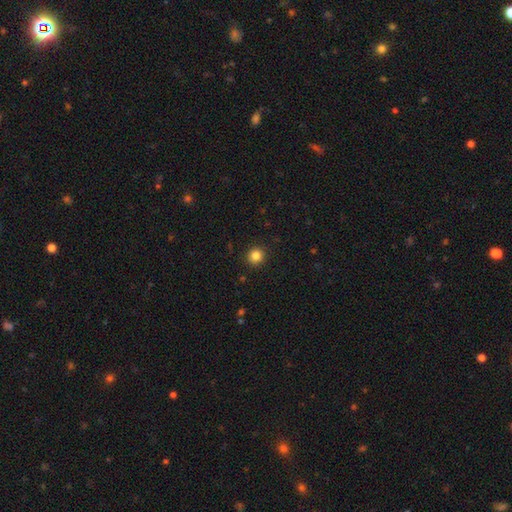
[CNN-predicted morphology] Smooth or featured? Predicted: smooth (p=0.85). How rounded? Predicted: round (p=0.93). Merging? Predicted: none (p=0.92).